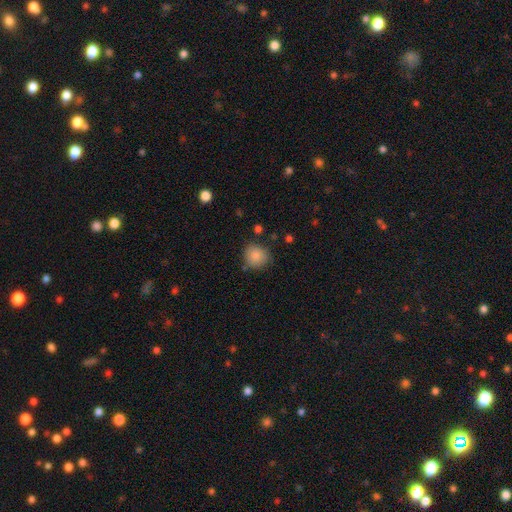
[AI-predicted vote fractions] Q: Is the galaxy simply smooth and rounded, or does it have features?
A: smooth — 86%.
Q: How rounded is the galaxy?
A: round — 87%.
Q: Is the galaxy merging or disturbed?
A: none — 80%.